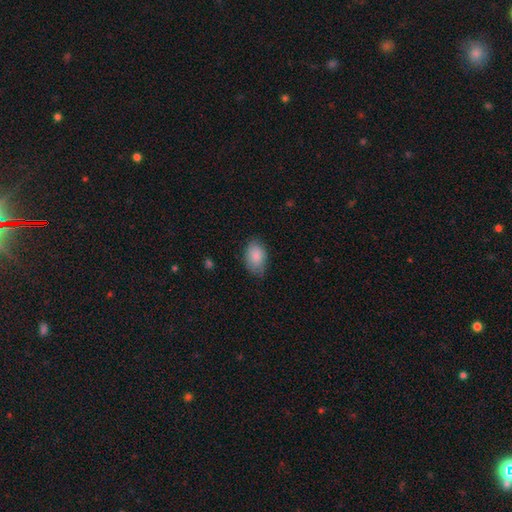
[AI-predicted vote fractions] smooth 86%, featured or disk 8%, star or artifact 6%. Down the decision tree: how rounded — in between (89%); merging — none (69%).